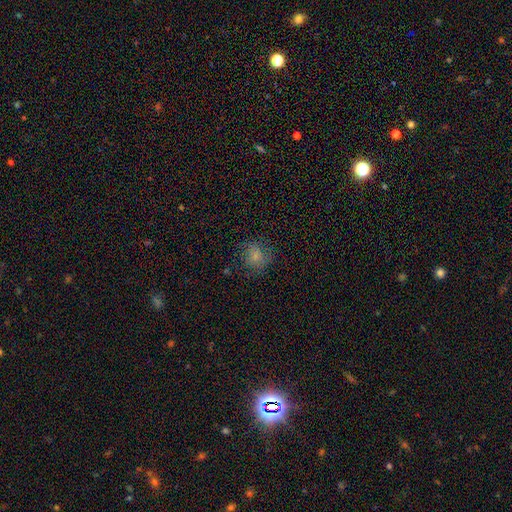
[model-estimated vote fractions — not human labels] Q: Smooth or featured?
A: smooth (75%); runner-up: star or artifact (13%)
Q: How rounded?
A: round (82%); runner-up: in between (18%)
Q: Merging?
A: none (72%); runner-up: minor disturbance (18%)